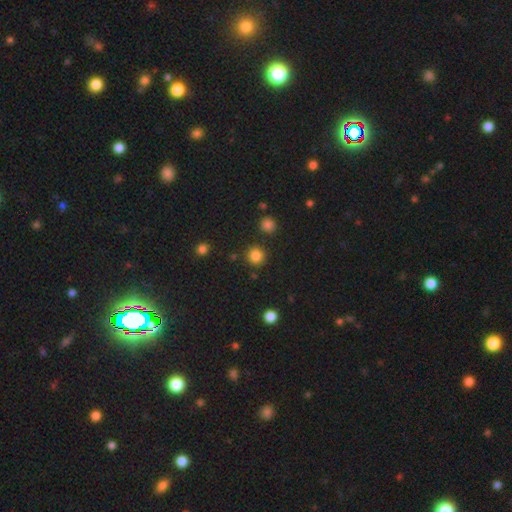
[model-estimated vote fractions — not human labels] Overall: smooth (84%). How rounded: round (94%). Merging: none (90%).